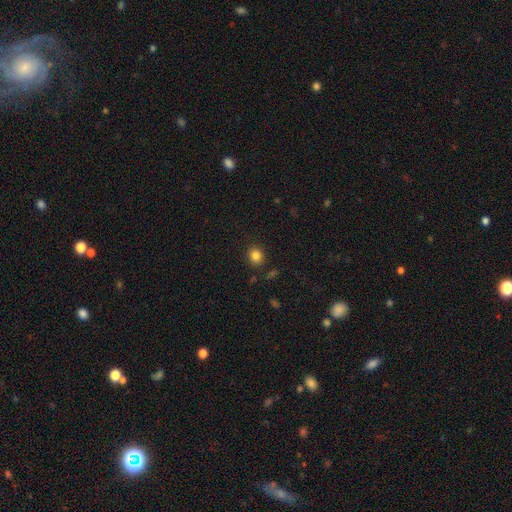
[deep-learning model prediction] This is clearly a smooth galaxy (83%). How rounded: likely round (79%). Merging: clearly none (87%).